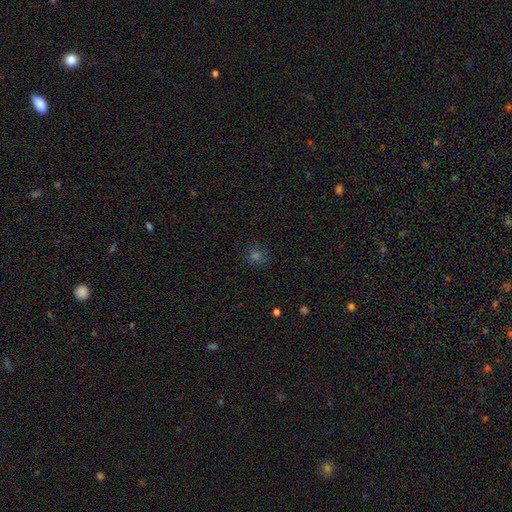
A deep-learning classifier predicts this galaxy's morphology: Smooth or featured? smooth (61%)
How rounded? round (86%)
Merging? none (86%)